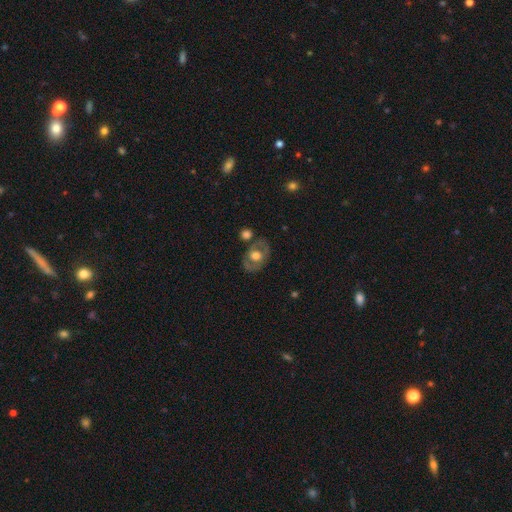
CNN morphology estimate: Smooth or featured: featured or disk — 50% (smooth — 43%)
Edge-on disk: no — 92% (yes — 8%)
Merging: none — 71% (minor disturbance — 15%)